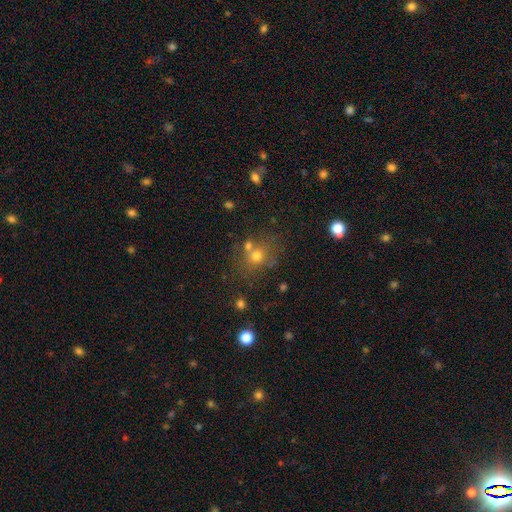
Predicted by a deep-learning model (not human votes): Smooth or featured? Predicted: smooth (p=0.67). How rounded? Predicted: round (p=0.78). Merging? Predicted: none (p=0.62).